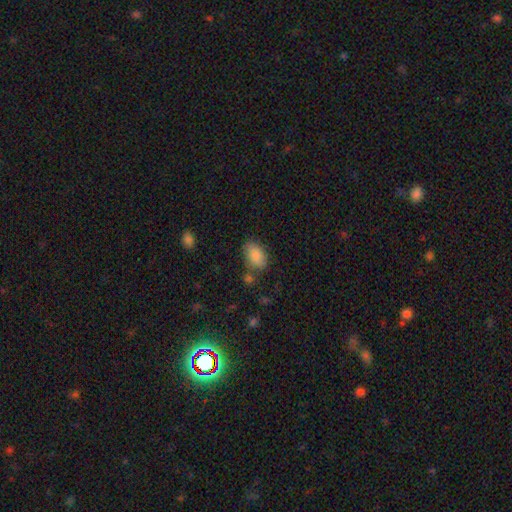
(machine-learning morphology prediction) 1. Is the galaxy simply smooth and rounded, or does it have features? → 86% smooth, 7% star or artifact, 6% featured or disk.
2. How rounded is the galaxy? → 89% in between, 9% round, 2% cigar-shaped.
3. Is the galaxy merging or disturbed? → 69% none, 19% minor disturbance, 6% merger, 5% major disturbance.